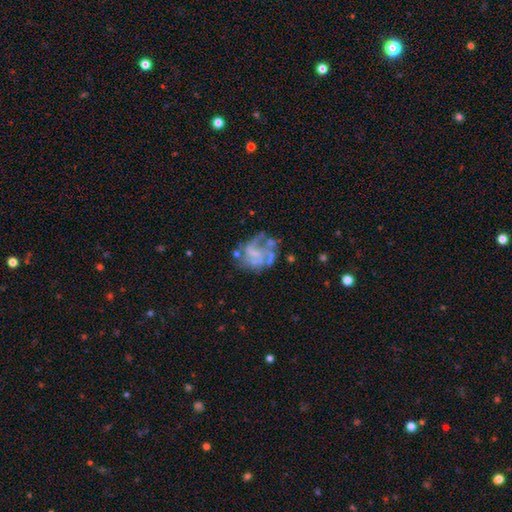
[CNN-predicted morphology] A featured or disk galaxy (76%) with no bar (67%), spiral arms (64%) and no central bulge (64%).

Vote fractions:
- Smooth or featured? featured or disk: 76% / smooth: 14% / star or artifact: 9%
- Edge-on disk? no: 98% / yes: 2%
- Bar? no: 67% / weak: 26% / strong: 7%
- Spiral arms? yes: 64% / no: 36%
- Bulge size? none: 64% / small: 18% / moderate: 13% / large: 3% / dominant: 1%
- Merging? none: 45% / major disturbance: 29% / minor disturbance: 20% / merger: 7%